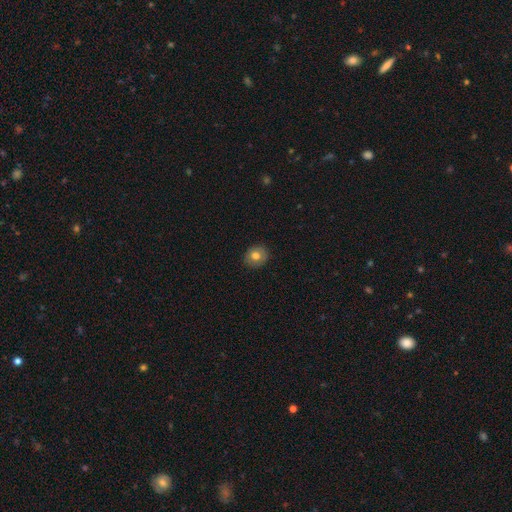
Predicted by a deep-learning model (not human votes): This appears to be a smooth galaxy with no disk features (74%) that is round (70%). Merging: none (87%).